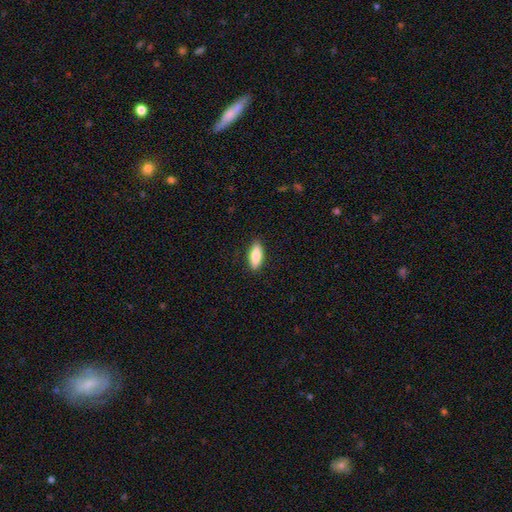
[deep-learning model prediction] The model was most divided on "how rounded": in between: 73%, cigar-shaped: 25%, round: 2%. More confident: merging — none (88%); smooth or featured — smooth (82%).